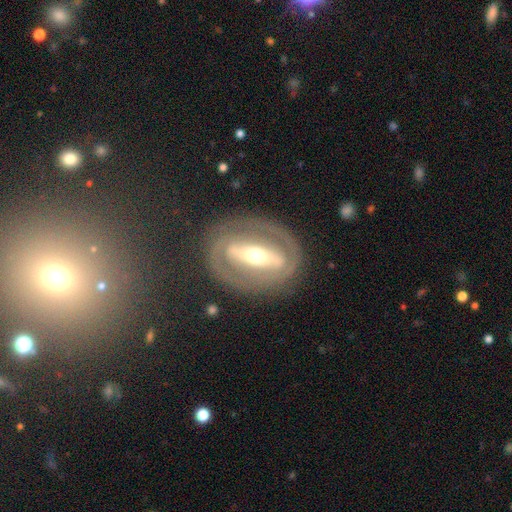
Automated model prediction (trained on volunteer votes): The model was most divided on "spiral arms": yes: 55%, no: 45%. More confident: edge-on disk — no (89%); smooth or featured — featured or disk (81%); merging — none (79%); bar — strong (73%); bulge size — moderate (61%).